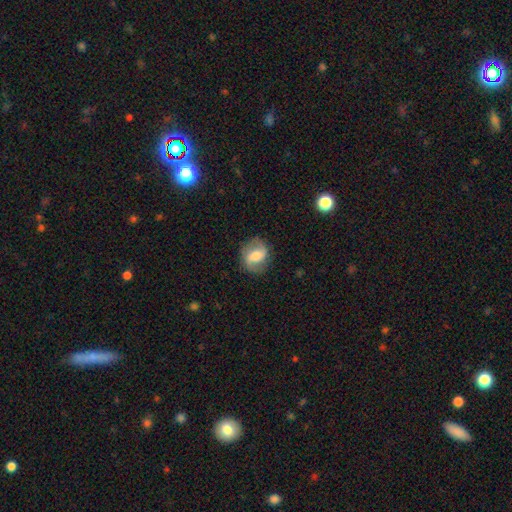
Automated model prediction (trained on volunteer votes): This appears to be a featured or disk galaxy (55%) with a weak bar (45%), spiral arms (81%) and a moderate central bulge (57%). Merging: none (80%).